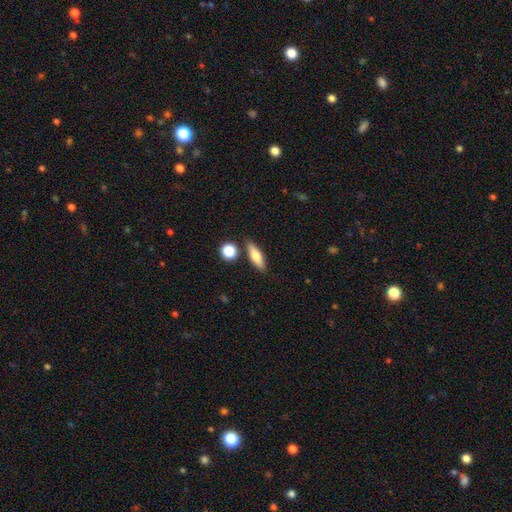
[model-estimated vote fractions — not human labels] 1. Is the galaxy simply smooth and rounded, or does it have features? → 73% smooth, 20% featured or disk, 7% star or artifact.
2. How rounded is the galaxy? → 52% in between, 43% cigar-shaped, 5% round.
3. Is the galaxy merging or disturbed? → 82% none, 9% minor disturbance, 6% merger, 2% major disturbance.